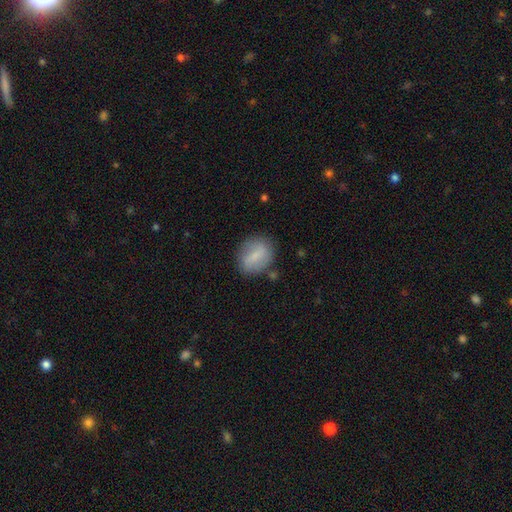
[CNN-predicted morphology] Overall: smooth (69%). How rounded: in between (59%; round 38%). Merging: none (75%).